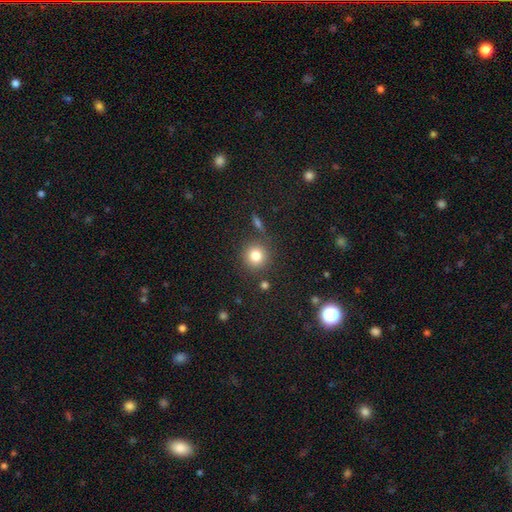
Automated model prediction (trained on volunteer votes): smooth 82%, star or artifact 11%, featured or disk 7%. Down the decision tree: how rounded — round (92%); merging — none (82%).